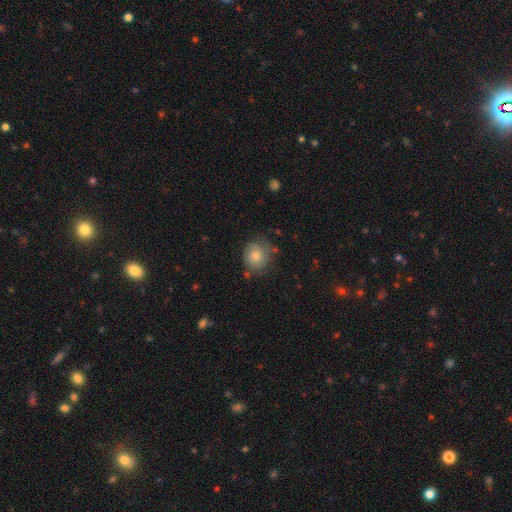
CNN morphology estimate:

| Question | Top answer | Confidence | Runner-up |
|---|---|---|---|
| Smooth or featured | smooth | 64% | featured or disk (26%) |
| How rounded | round | 81% | in between (18%) |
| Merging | none | 72% | minor disturbance (19%) |